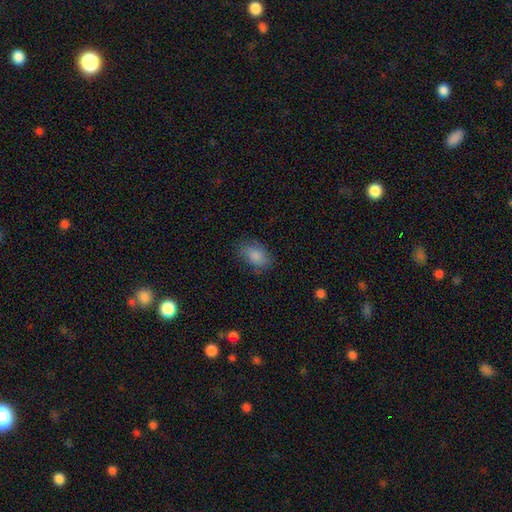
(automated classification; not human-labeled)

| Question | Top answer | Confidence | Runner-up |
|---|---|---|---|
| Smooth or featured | smooth | 85% | featured or disk (8%) |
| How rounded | in between | 86% | round (12%) |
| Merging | none | 73% | minor disturbance (20%) |